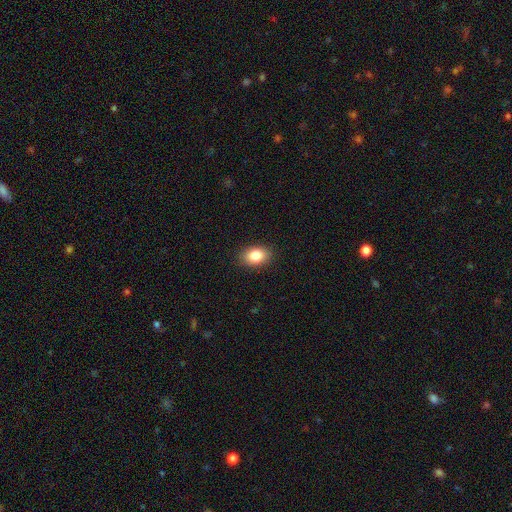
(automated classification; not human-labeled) Morphology: type=smooth (85%); roundness=in between (83%); merging=none (89%).